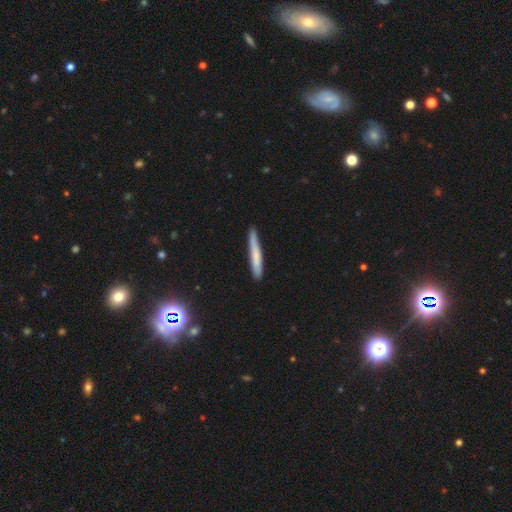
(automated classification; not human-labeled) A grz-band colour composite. It shows a smooth galaxy with no disk features (64%) that is cigar-shaped (95%). Merging: none (81%).